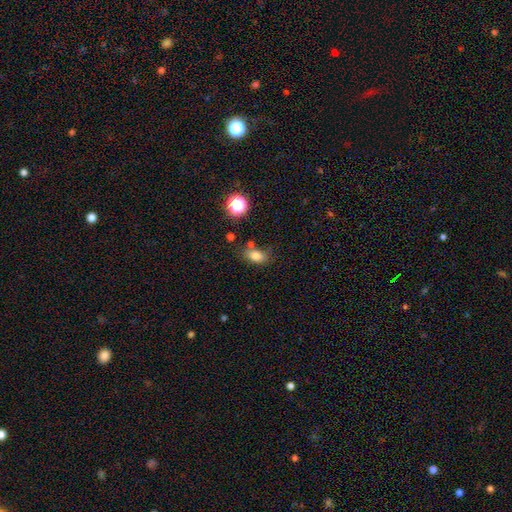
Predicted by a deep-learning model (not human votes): A smooth galaxy with no disk features (80%) that is in between round and cigar-shaped (83%). Merging: none (69%).